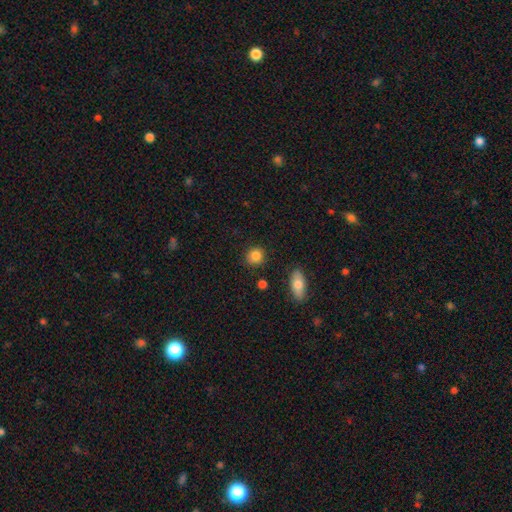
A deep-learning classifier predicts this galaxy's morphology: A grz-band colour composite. It shows a smooth galaxy with no disk features (85%) that is round (79%). Merging: none (85%).